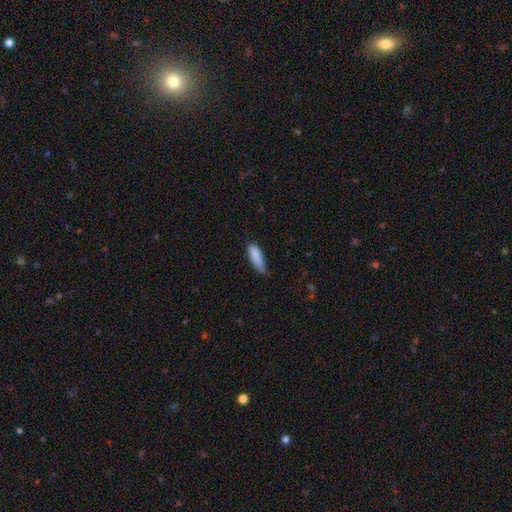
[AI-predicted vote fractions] Smooth or featured? smooth (86%)
How rounded? cigar-shaped (50%)
Merging? none (57%)